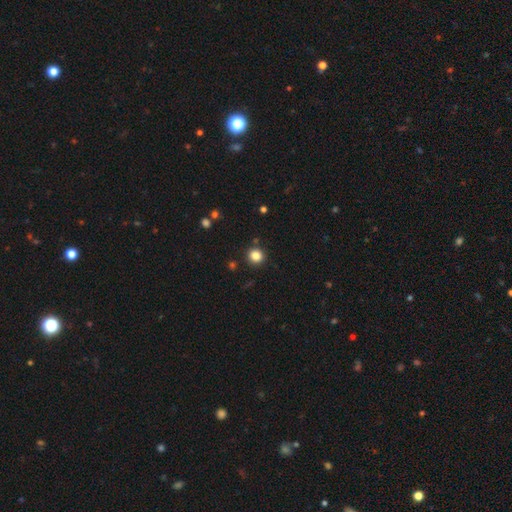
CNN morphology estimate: smooth_or_featured: smooth (p=0.84) [alt: star or artifact p=0.12]
how_rounded: round (p=0.89) [alt: in between p=0.10]
merging: none (p=0.89) [alt: minor disturbance p=0.06]